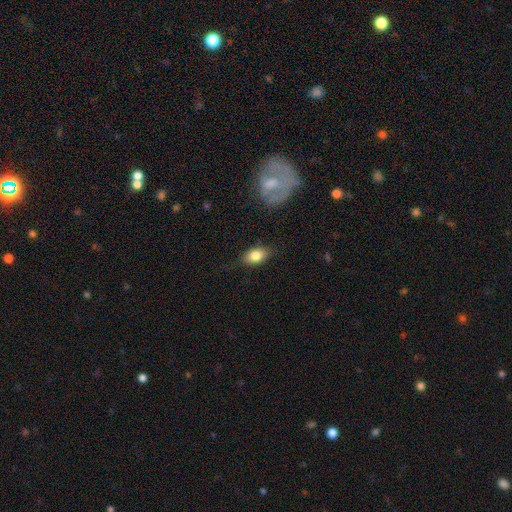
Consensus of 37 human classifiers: Overall: smooth (84%). How rounded: in between (84%). Merging: none (69%).